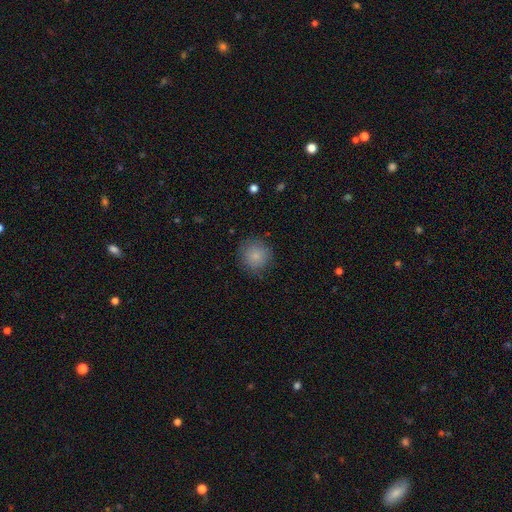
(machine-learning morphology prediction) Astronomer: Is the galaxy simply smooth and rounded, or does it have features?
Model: smooth — 85%.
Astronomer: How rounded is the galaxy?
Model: round — 93%.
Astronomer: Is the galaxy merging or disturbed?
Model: none — 84%.